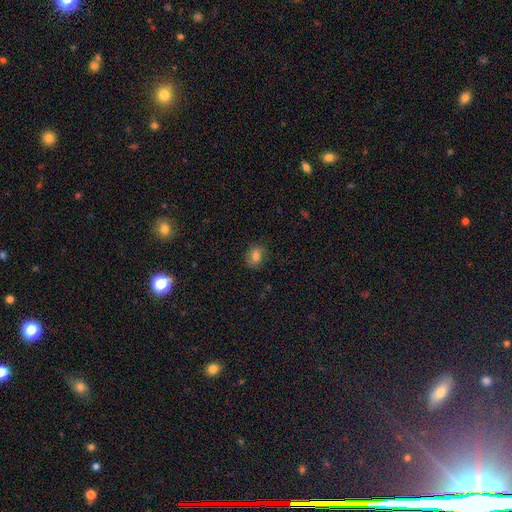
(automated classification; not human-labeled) Overall: smooth (74%). How rounded: round (52%; in between 47%). Merging: none (78%).